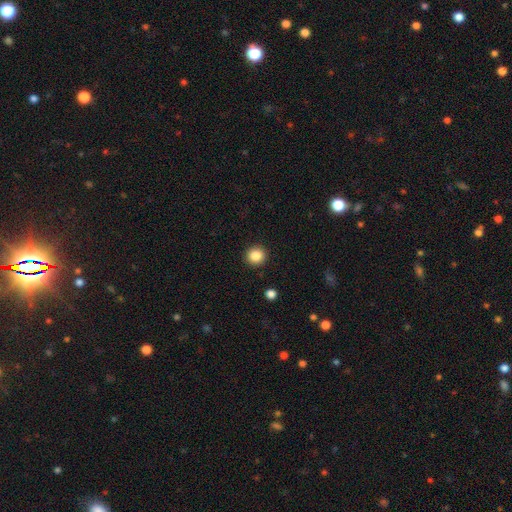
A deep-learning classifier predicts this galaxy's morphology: Overall: smooth (87%). How rounded: round (92%). Merging: none (91%).